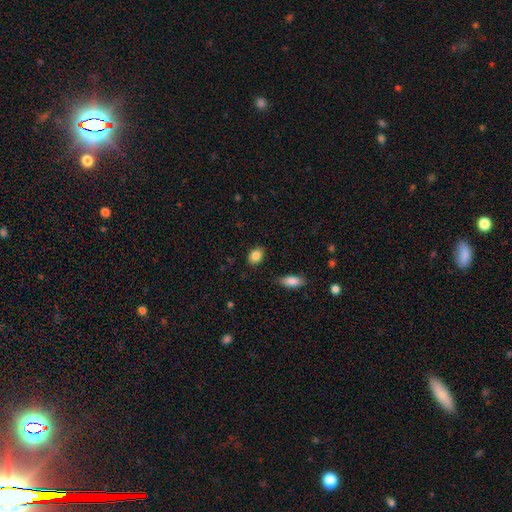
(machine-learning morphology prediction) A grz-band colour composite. It shows a smooth galaxy with no disk features (86%) that is in between round and cigar-shaped (70%). Merging: none (85%).